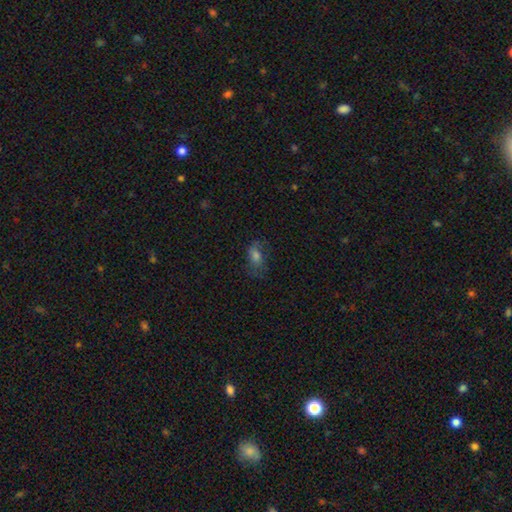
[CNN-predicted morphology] Smooth or featured? Predicted: smooth (p=0.59). How rounded? Predicted: in between (p=0.82). Merging? Predicted: none (p=0.60).